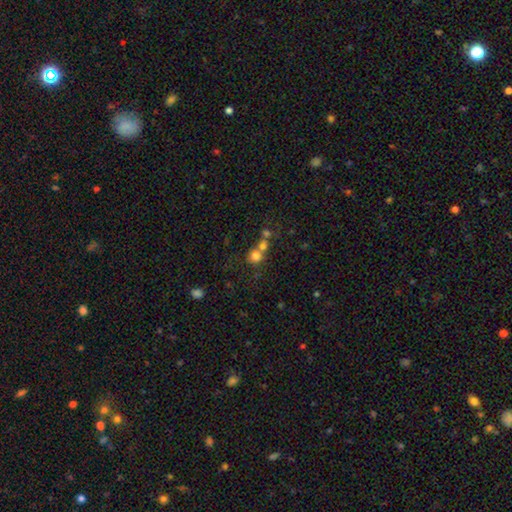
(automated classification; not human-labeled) This appears to be a smooth galaxy with no disk features (74%) that is round (87%). Merging: merger (46%).